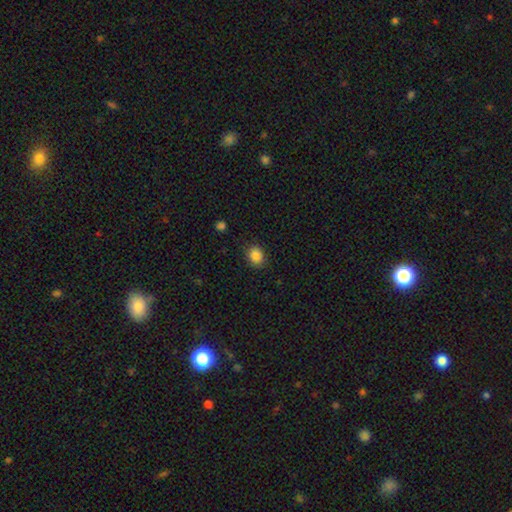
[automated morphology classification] Smooth or featured? Predicted: smooth (p=0.86). How rounded? Predicted: round (p=0.53). Merging? Predicted: none (p=0.87).